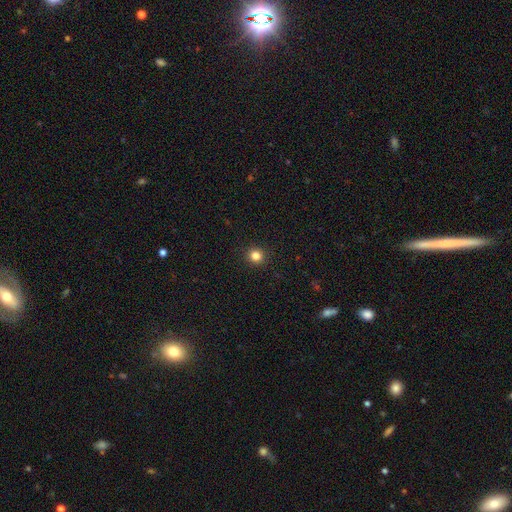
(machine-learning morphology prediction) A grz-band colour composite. It shows a smooth galaxy with no disk features (83%) that is round (92%). Merging: none (93%).